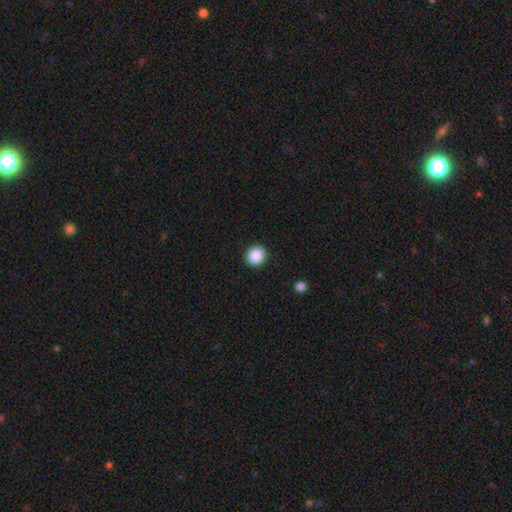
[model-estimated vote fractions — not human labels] This appears to be a smooth galaxy with no disk features (88%) that is round (91%). Merging: none (92%).